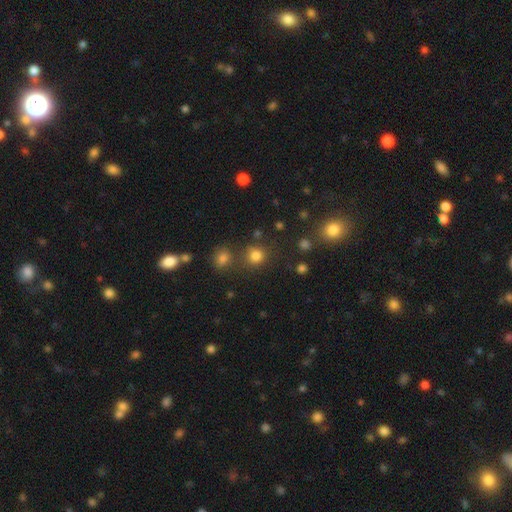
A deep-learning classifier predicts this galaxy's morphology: Overall: smooth (79%). How rounded: round (87%). Merging: none (71%).